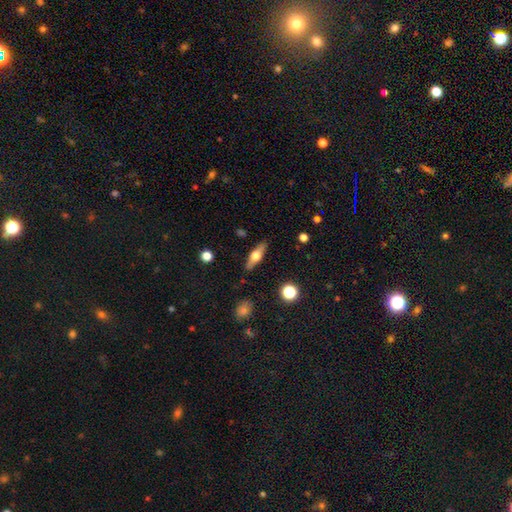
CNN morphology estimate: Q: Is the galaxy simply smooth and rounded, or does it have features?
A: smooth — 48%.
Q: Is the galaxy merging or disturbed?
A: none — 86%.